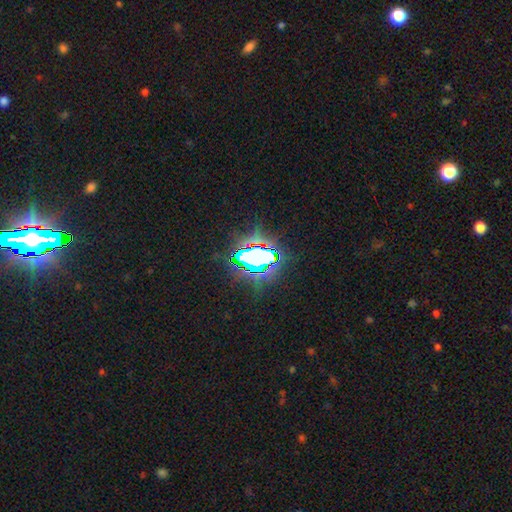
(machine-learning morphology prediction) Smooth or featured: star or artifact — 68% (smooth — 19%)